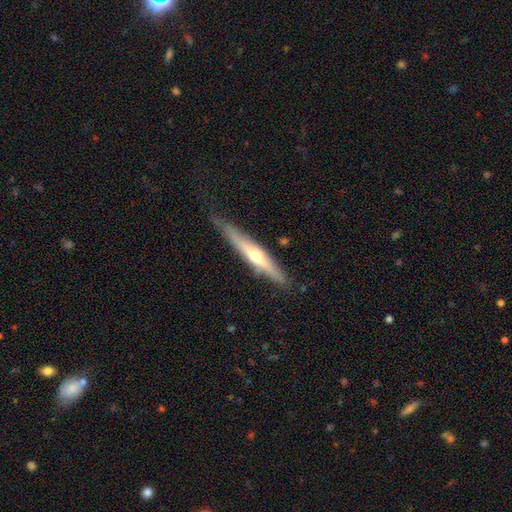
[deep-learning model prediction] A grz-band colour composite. It shows a featured or disk galaxy (62%) viewed edge-on (94%) with a rounded central bulge (83%). Merging: none (77%).